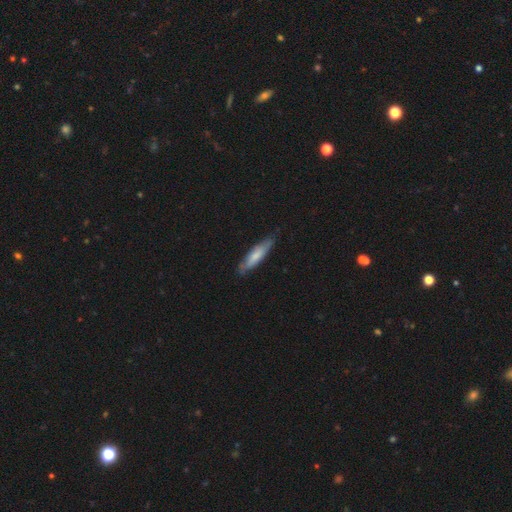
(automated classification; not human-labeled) smooth 65%, featured or disk 30%, star or artifact 5%. Down the decision tree: how rounded — cigar-shaped (75%); merging — none (77%).